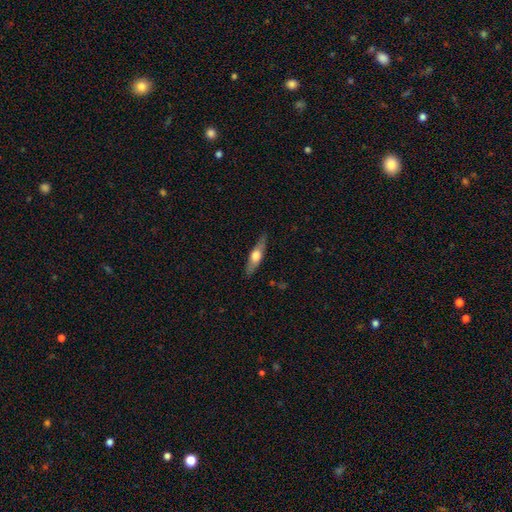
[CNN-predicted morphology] Smooth or featured?
  - smooth: 48% *
  - featured or disk: 46%
  - star or artifact: 5%
Merging?
  - none: 85% *
  - minor disturbance: 12%
  - major disturbance: 2%
  - merger: 1%